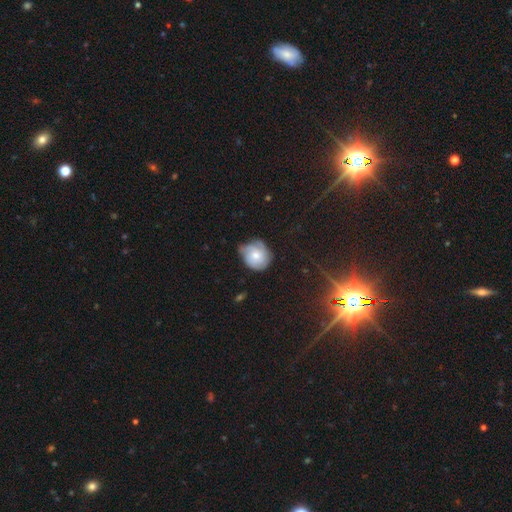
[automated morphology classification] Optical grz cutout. It shows a featured or disk galaxy (51%). Merging: none (54%).